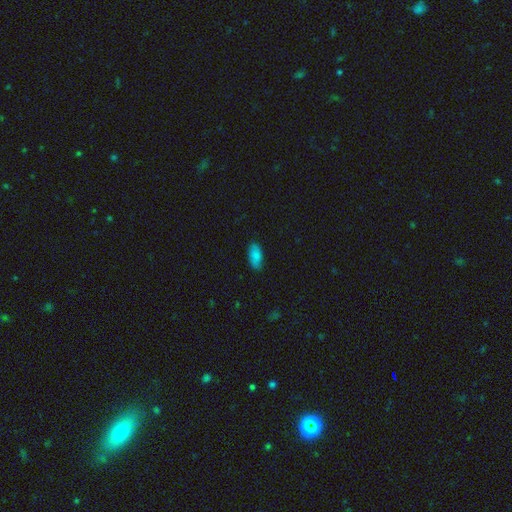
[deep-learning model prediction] Smooth or featured: smooth — 85% (star or artifact — 8%)
How rounded: in between — 90% (cigar-shaped — 8%)
Merging: none — 83% (minor disturbance — 14%)